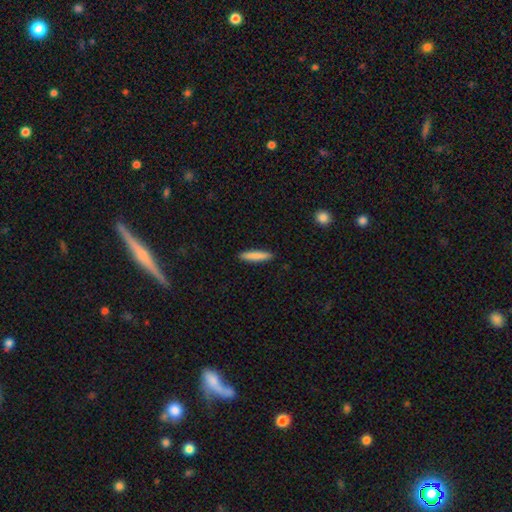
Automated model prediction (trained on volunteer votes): Overall: smooth (85%). How rounded: cigar-shaped (87%). Merging: none (91%).